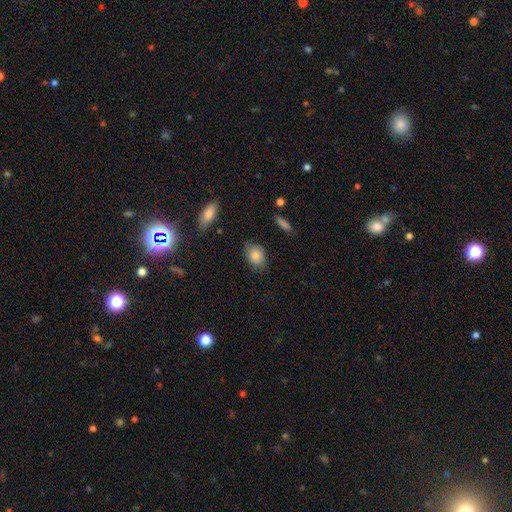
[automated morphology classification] smooth_or_featured: smooth (p=0.84) [alt: featured or disk p=0.08]
how_rounded: in between (p=0.63) [alt: round p=0.35]
merging: none (p=0.71) [alt: minor disturbance p=0.23]